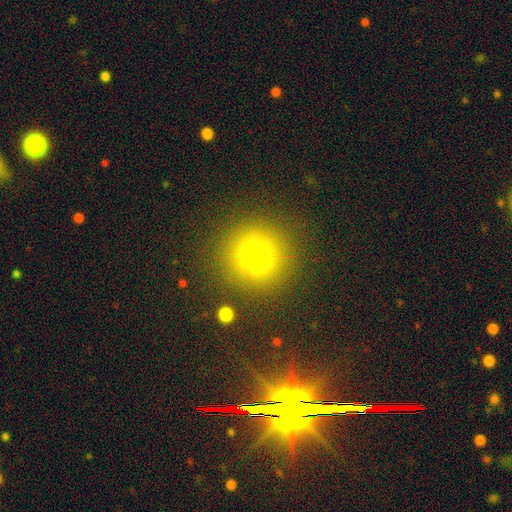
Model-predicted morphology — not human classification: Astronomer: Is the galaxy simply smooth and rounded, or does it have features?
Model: smooth — 71%.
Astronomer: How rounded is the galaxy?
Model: round — 93%.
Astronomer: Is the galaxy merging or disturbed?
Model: none — 85%.